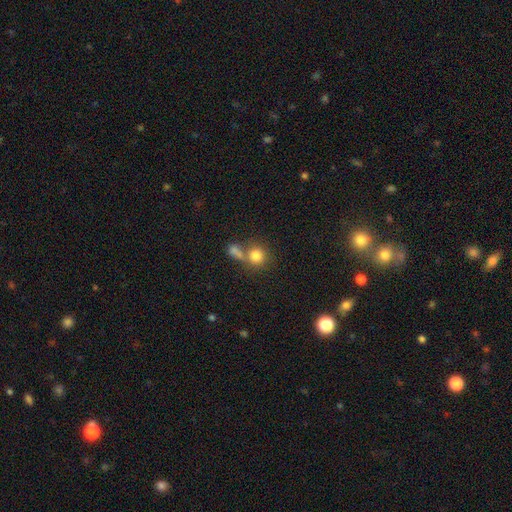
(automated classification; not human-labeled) Smooth or featured? smooth (81%)
How rounded? round (86%)
Merging? none (45%)